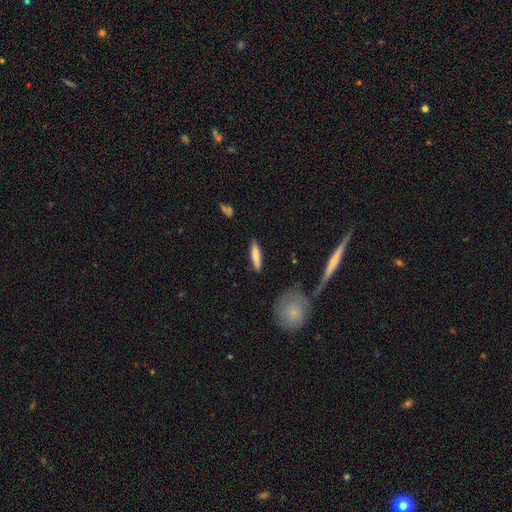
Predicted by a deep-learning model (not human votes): The model was most divided on "how rounded": cigar-shaped: 79%, in between: 20%, round: 2%. More confident: merging — none (87%); smooth or featured — smooth (77%).